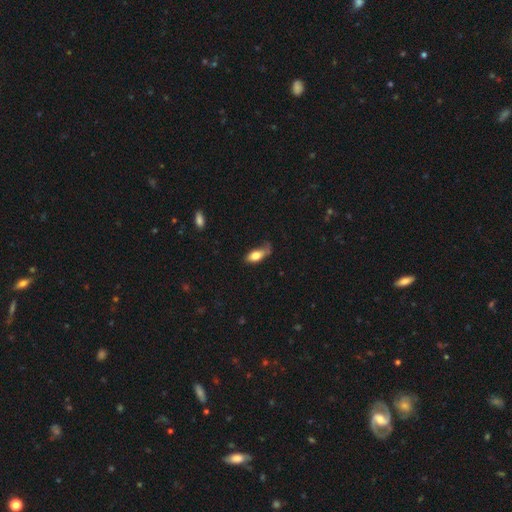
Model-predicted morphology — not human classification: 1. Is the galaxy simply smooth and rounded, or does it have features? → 75% smooth, 17% featured or disk, 7% star or artifact.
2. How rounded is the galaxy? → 85% in between, 10% cigar-shaped, 5% round.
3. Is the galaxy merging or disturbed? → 39% none, 34% minor disturbance, 21% major disturbance, 6% merger.